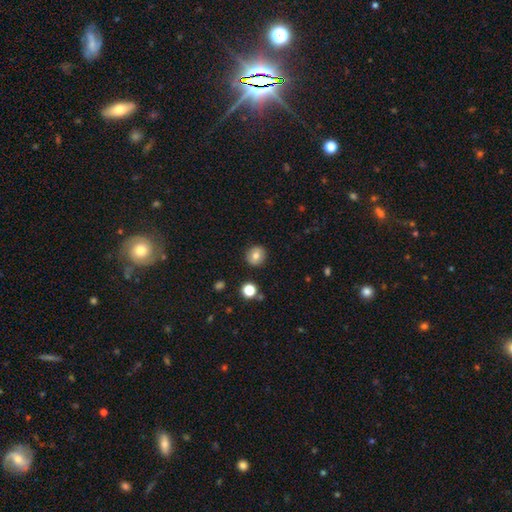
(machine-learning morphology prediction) Smooth or featured? Predicted: smooth (p=0.78). How rounded? Predicted: round (p=0.91). Merging? Predicted: none (p=0.90).